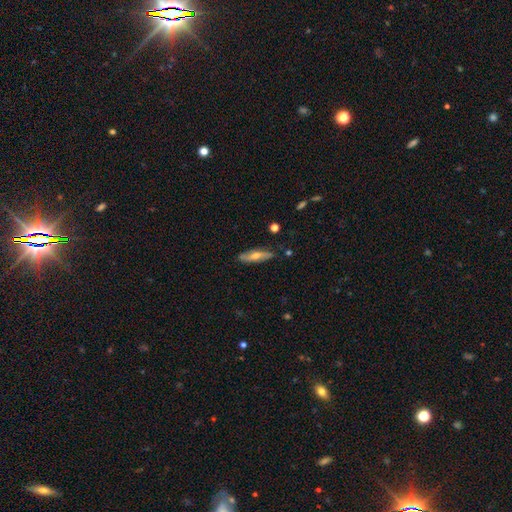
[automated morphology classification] The model was most divided on "smooth or featured": smooth: 52%, featured or disk: 42%, star or artifact: 6%. More confident: merging — none (81%); how rounded — cigar-shaped (62%).